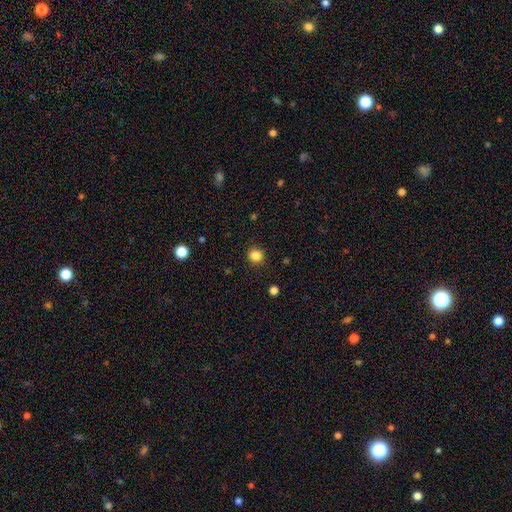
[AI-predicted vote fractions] smooth_or_featured: smooth (p=0.85) [alt: star or artifact p=0.12]
how_rounded: round (p=0.90) [alt: in between p=0.09]
merging: none (p=0.90) [alt: minor disturbance p=0.06]